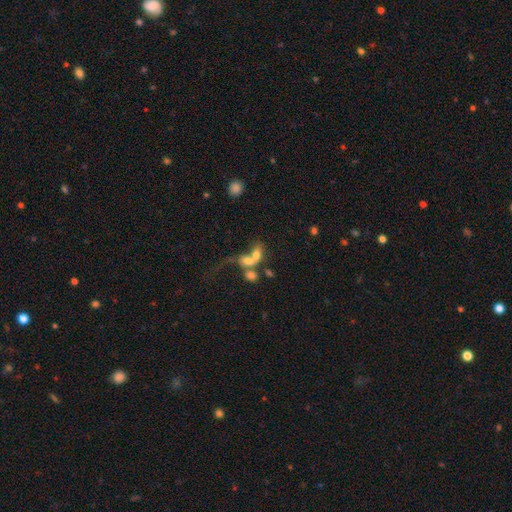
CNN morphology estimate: Smooth or featured: smooth — 61% (featured or disk — 26%)
How rounded: in between — 69% (round — 27%)
Merging: merger — 69% (none — 13%)